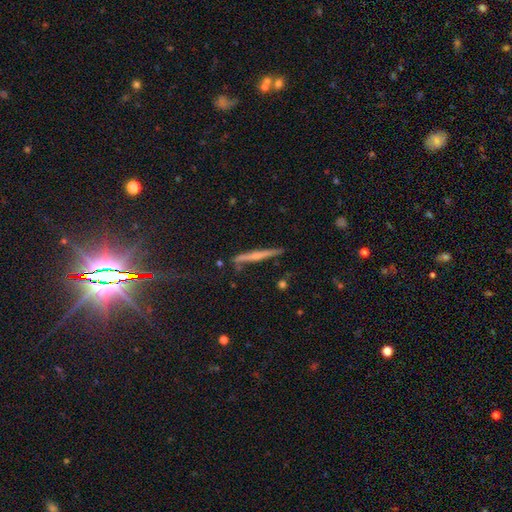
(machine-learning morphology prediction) The model was most divided on "edge-on bulge": rounded: 48%, none: 43%, boxy: 9%. More confident: edge-on disk — yes (96%); merging — none (82%); smooth or featured — featured or disk (59%).